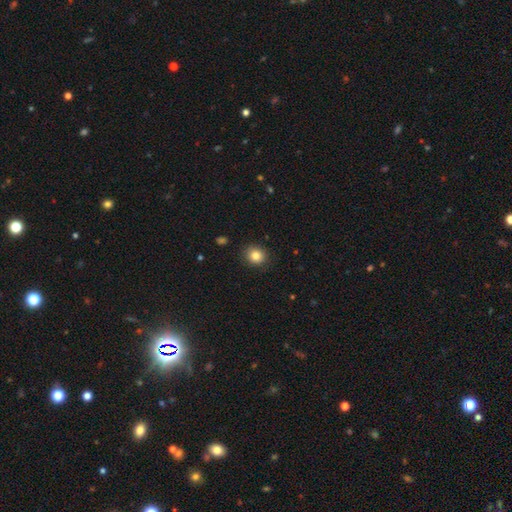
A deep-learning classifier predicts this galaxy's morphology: smooth 83%, star or artifact 11%, featured or disk 6%. Down the decision tree: how rounded — round (81%); merging — none (89%).